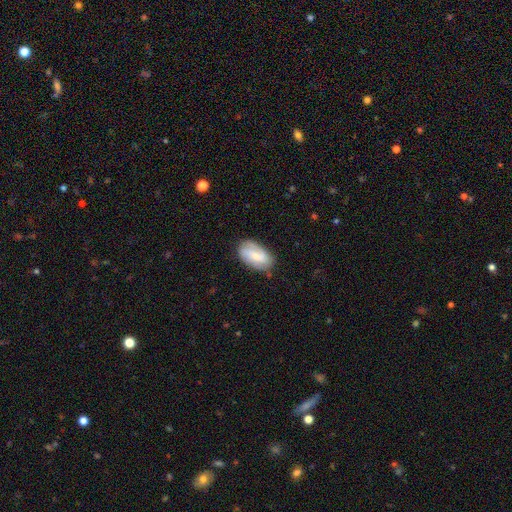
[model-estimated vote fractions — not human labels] Smooth or featured? Predicted: smooth (p=0.49). Merging? Predicted: none (p=0.74).